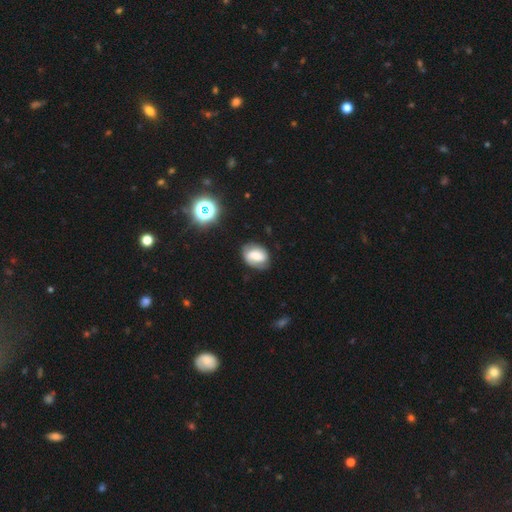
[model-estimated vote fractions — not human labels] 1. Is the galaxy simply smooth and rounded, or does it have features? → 53% smooth, 36% featured or disk, 11% star or artifact.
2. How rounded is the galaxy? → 70% in between, 29% round, 1% cigar-shaped.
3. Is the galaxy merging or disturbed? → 69% none, 22% minor disturbance, 7% major disturbance, 2% merger.